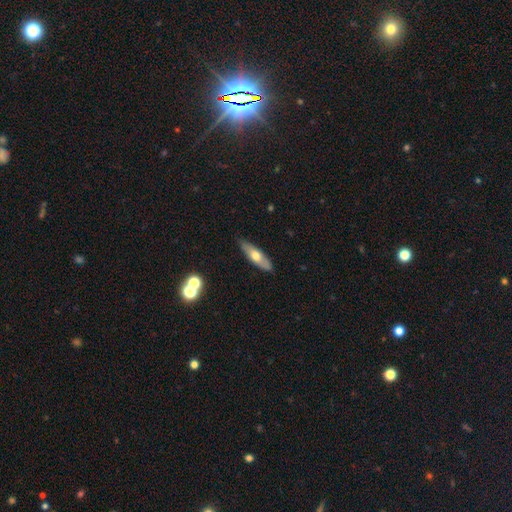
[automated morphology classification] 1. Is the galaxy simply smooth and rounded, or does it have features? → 53% smooth, 41% featured or disk, 6% star or artifact.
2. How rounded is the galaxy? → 51% cigar-shaped, 47% in between, 3% round.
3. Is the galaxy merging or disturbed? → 83% none, 13% minor disturbance, 2% major disturbance, 2% merger.